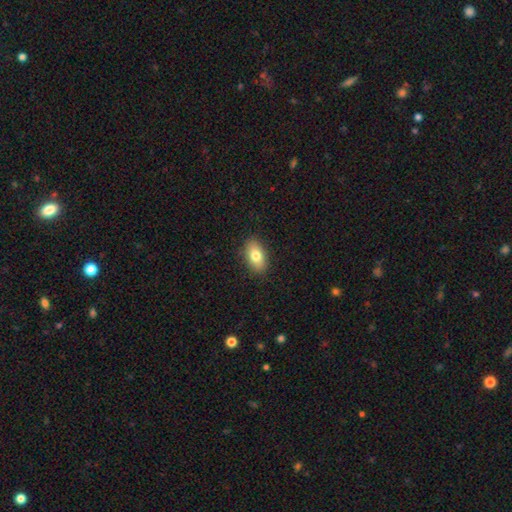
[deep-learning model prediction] Q: Smooth or featured?
A: smooth (79%); runner-up: featured or disk (14%)
Q: How rounded?
A: in between (90%); runner-up: round (7%)
Q: Merging?
A: none (88%); runner-up: minor disturbance (9%)